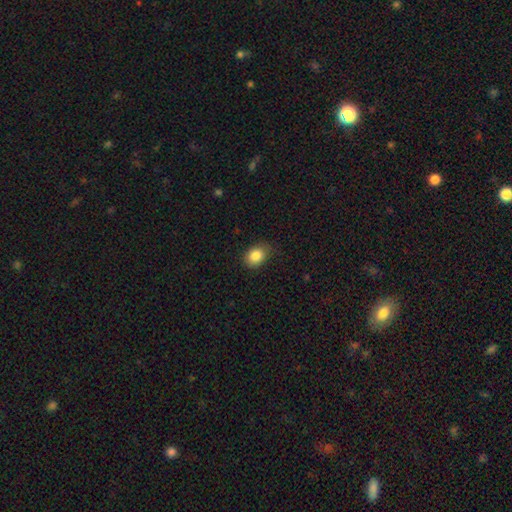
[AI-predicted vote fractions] Overall: smooth (86%). How rounded: in between (60%; round 39%). Merging: none (78%).